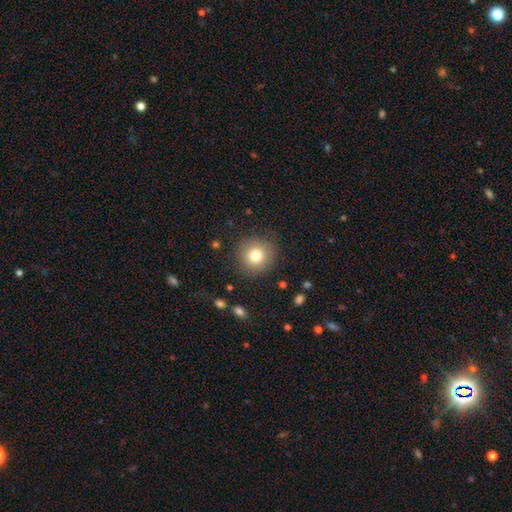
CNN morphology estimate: Smooth or featured?
  - smooth: 79% *
  - star or artifact: 11%
  - featured or disk: 10%
How rounded?
  - round: 92% *
  - in between: 7%
  - cigar-shaped: 1%
Merging?
  - none: 84% *
  - minor disturbance: 10%
  - major disturbance: 4%
  - merger: 1%